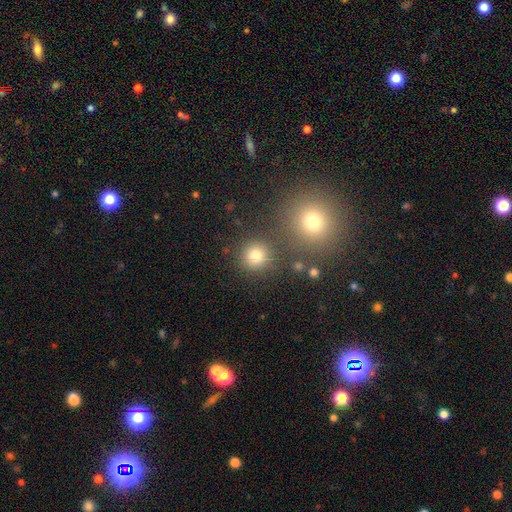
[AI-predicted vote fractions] smooth 78%, star or artifact 15%, featured or disk 6%. Down the decision tree: how rounded — round (92%); merging — none (82%).